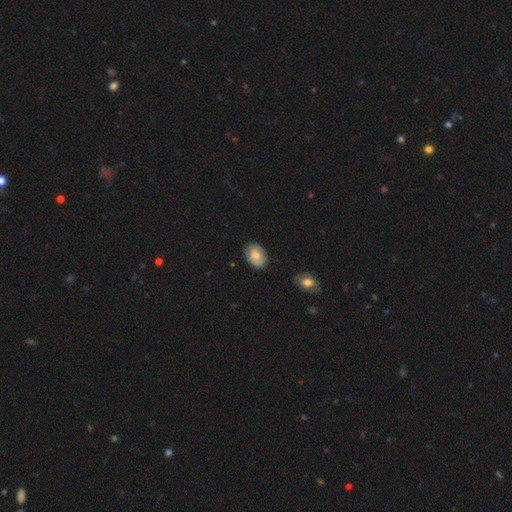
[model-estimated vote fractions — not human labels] Morphology: type=smooth (69%); roundness=in between (79%); merging=none (80%).